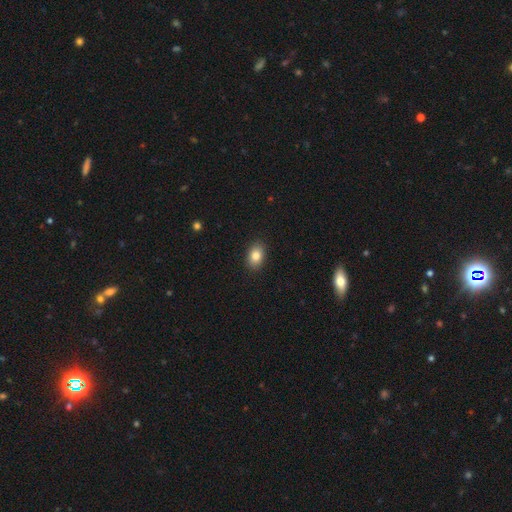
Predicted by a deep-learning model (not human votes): Overall: smooth (84%). How rounded: in between (84%). Merging: none (89%).